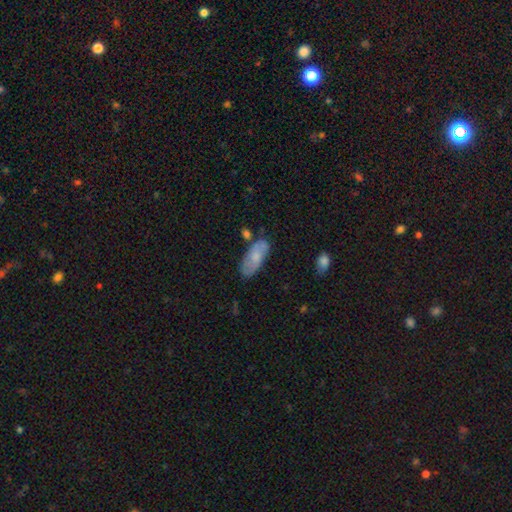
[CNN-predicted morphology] Smooth or featured? smooth (64%)
How rounded? in between (84%)
Merging? none (70%)